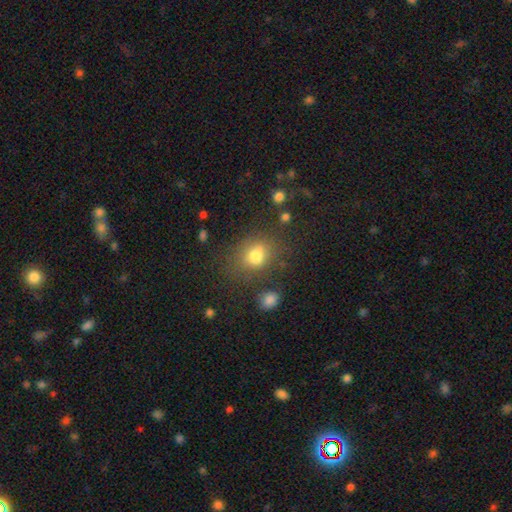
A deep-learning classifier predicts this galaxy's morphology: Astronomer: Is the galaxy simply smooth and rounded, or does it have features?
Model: smooth — 76%.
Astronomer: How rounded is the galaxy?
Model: round — 56% (runner-up: in between, 43%).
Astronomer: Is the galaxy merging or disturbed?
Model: none — 68%.